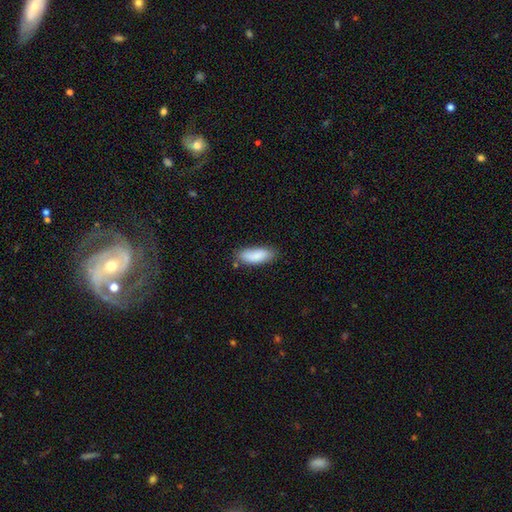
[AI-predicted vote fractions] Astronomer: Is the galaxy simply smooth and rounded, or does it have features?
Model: smooth — 86%.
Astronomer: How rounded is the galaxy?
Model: in between — 72%.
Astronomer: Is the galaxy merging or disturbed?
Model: none — 75%.